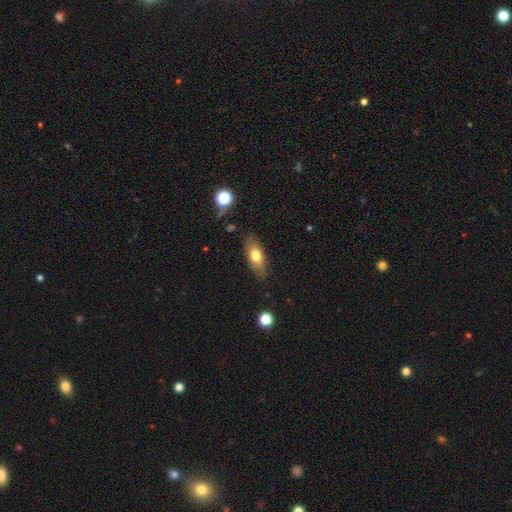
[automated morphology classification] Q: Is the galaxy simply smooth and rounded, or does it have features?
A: smooth — 69%.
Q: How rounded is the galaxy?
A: in between — 76%.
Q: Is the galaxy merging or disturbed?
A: none — 83%.